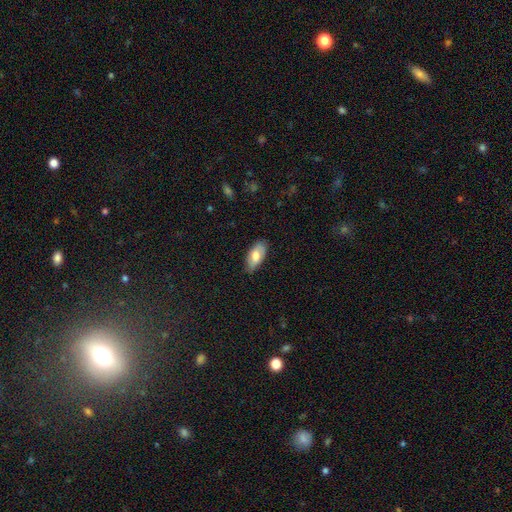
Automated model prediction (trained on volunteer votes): Overall: smooth (70%). How rounded: in between (91%). Merging: none (78%).